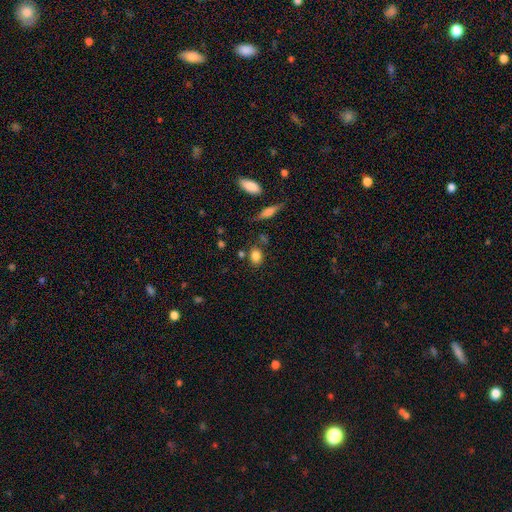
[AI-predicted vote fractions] Morphology: type=smooth (83%); roundness=in between (60%); merging=none (76%).